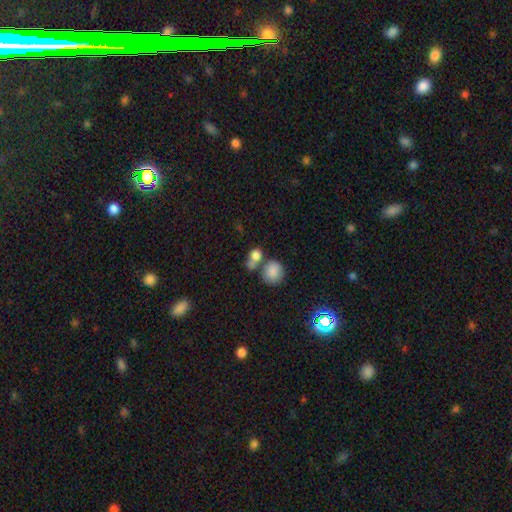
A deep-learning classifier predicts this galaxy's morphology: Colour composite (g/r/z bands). It shows a smooth galaxy with no disk features (81%) that is round (68%). Merging: merger (47%).